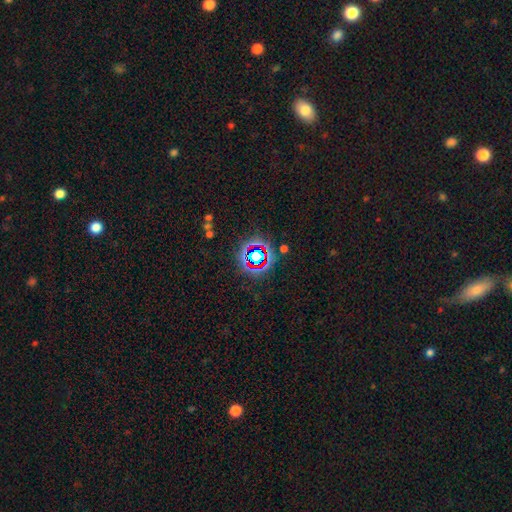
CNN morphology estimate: Smooth or featured? Predicted: star or artifact (p=0.65).